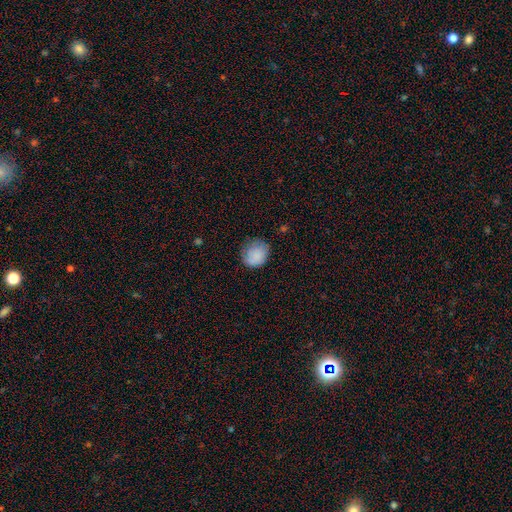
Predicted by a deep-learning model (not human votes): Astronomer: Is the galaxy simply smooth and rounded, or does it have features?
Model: smooth — 85%.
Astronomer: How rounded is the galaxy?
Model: round — 69%.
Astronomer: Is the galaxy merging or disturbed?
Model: none — 70%.